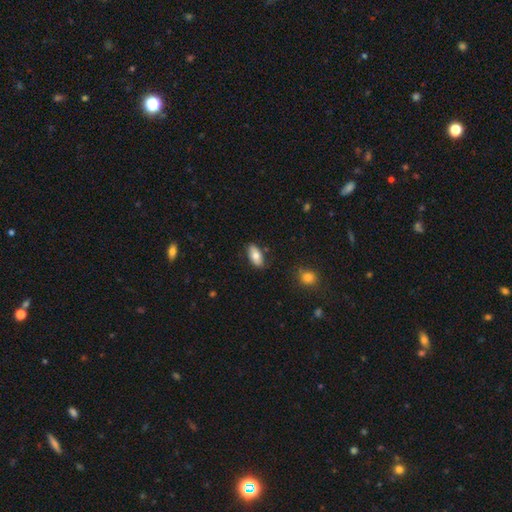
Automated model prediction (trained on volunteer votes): smooth_or_featured: smooth (p=0.77) [alt: featured or disk p=0.17]
how_rounded: in between (p=0.91) [alt: cigar-shaped p=0.06]
merging: none (p=0.84) [alt: minor disturbance p=0.12]